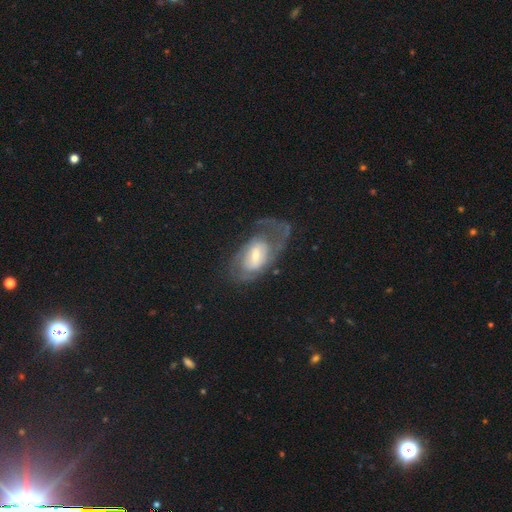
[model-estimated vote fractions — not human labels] This appears to be a featured or disk galaxy (72%) with a weak bar (49%), 2 (43%) tight (38%, tied with medium) spiral arms (80%) and a moderate central bulge (45%). Merging: none (39%).